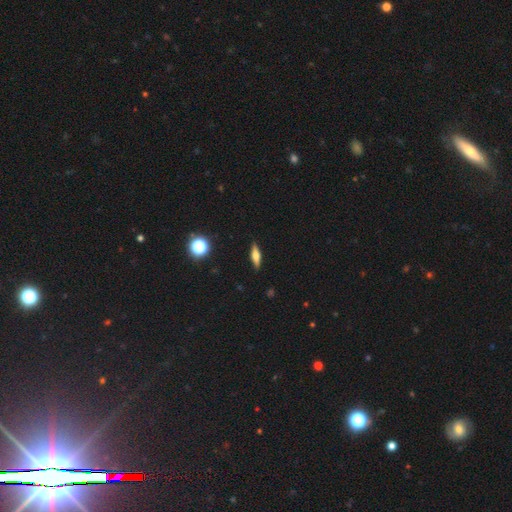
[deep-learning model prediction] Morphology: type=smooth (50%); roundness=cigar-shaped (56%); merging=none (89%).